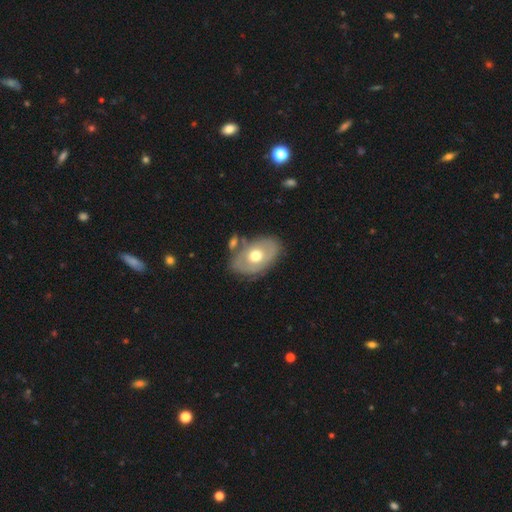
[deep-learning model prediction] This appears to be a smooth galaxy with no disk features (48%). Merging: none (66%).